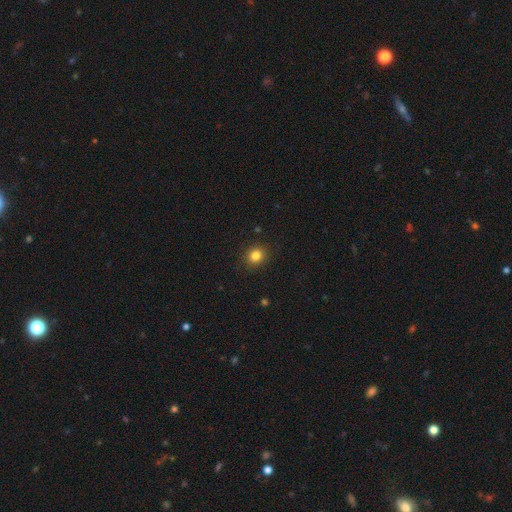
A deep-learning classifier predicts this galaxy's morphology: Q: Smooth or featured?
A: smooth (83%); runner-up: star or artifact (12%)
Q: How rounded?
A: round (77%); runner-up: in between (22%)
Q: Merging?
A: none (89%); runner-up: minor disturbance (7%)